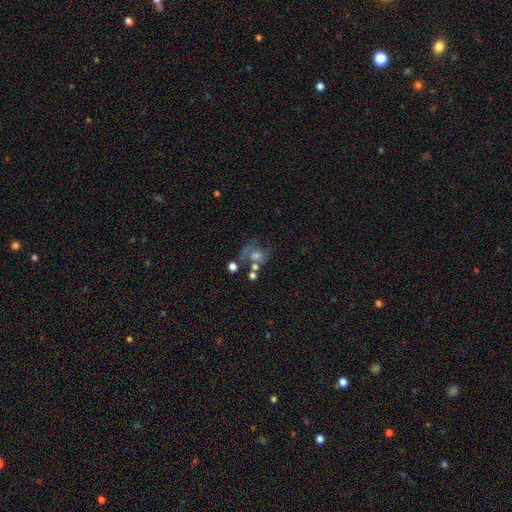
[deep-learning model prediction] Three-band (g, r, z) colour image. It shows a featured or disk galaxy (55%) with no bar (70%), spiral arms (69%) and a moderate central bulge (51%). Merging: none (45%).